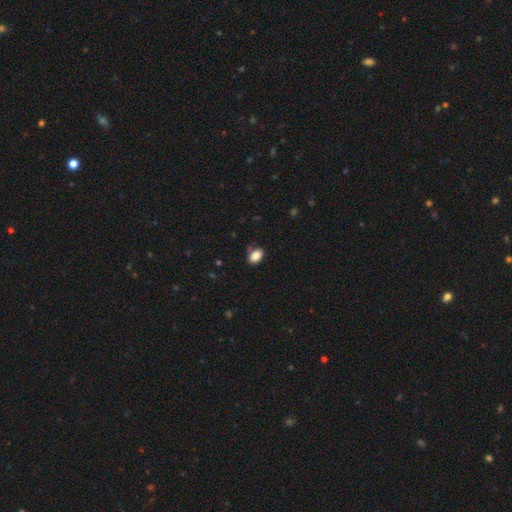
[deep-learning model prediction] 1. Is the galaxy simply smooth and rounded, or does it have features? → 85% smooth, 9% star or artifact, 6% featured or disk.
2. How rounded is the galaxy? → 83% in between, 15% round, 1% cigar-shaped.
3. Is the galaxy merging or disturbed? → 75% none, 19% minor disturbance, 4% major disturbance, 3% merger.